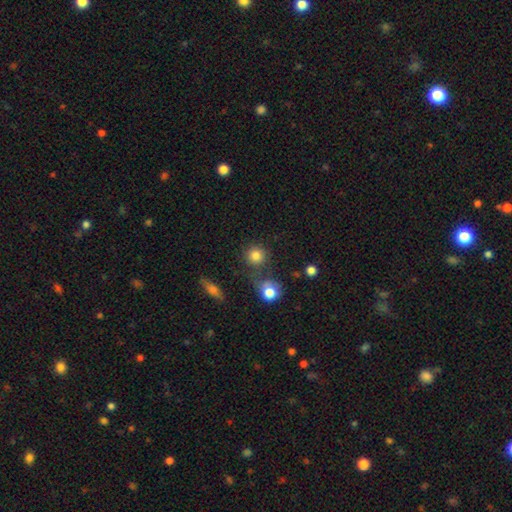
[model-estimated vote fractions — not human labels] smooth-or-featured: smooth: 81% | star or artifact: 12% | featured or disk: 7%
  how-rounded: round: 91% | in between: 8% | cigar-shaped: 1%
  merging: none: 72% | merger: 15% | minor disturbance: 9% | major disturbance: 4%